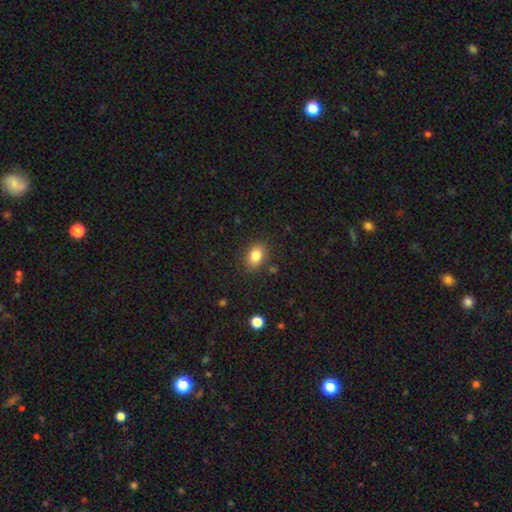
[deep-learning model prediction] Smooth or featured? smooth (84%)
How rounded? in between (80%)
Merging? none (85%)